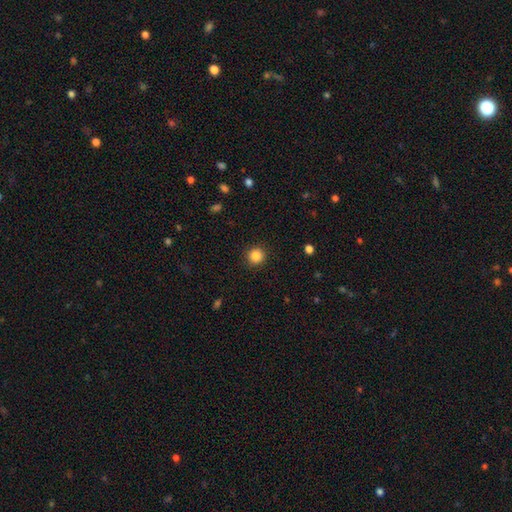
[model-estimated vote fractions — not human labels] Smooth or featured: smooth — 86% (star or artifact — 10%)
How rounded: round — 93% (in between — 6%)
Merging: none — 91% (minor disturbance — 6%)